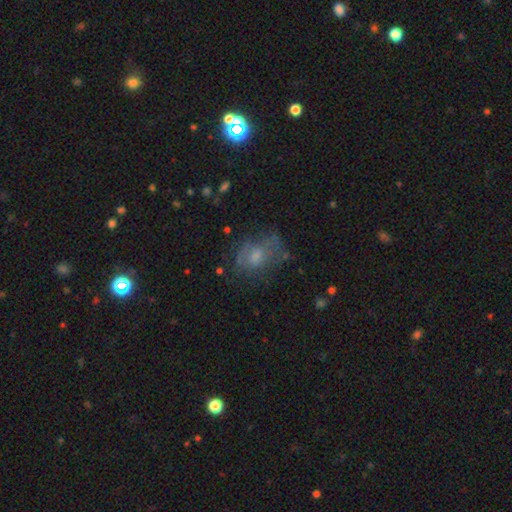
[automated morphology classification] Smooth or featured?
  - featured or disk: 43% * (tied)
  - smooth: 43% * (tied)
  - star or artifact: 14%
Merging?
  - none: 50% *
  - minor disturbance: 25%
  - major disturbance: 22%
  - merger: 3%